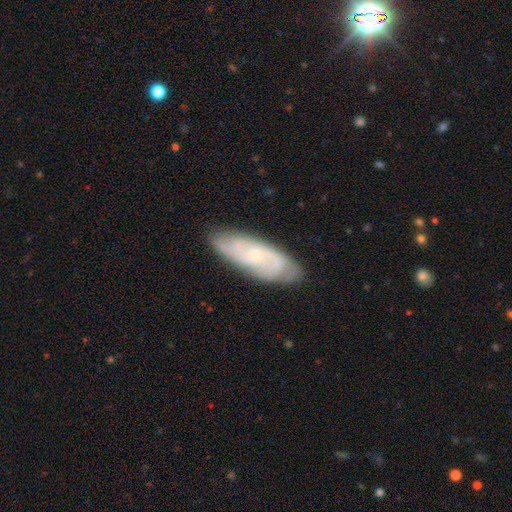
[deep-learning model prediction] This appears to be a featured or disk galaxy (64%) with no bar (68%), spiral arms (86%) and a small central bulge (73%). Merging: none (81%).